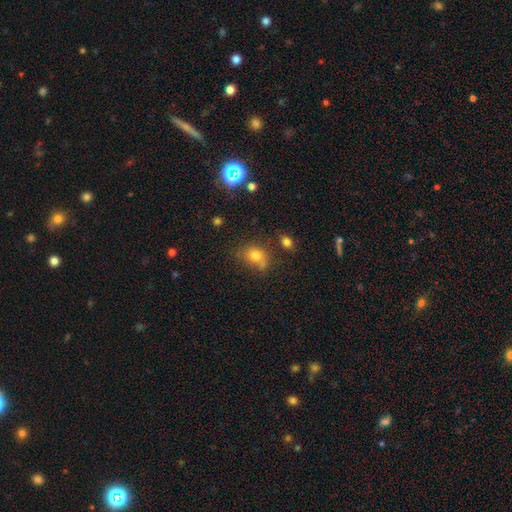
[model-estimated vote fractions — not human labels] Morphology: type=smooth (74%); roundness=in between (56%); merging=none (51%).